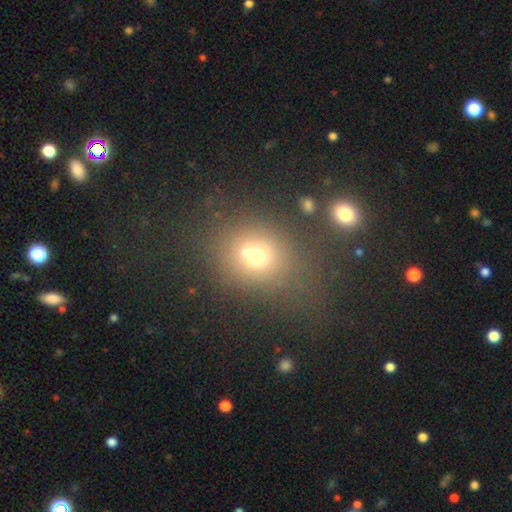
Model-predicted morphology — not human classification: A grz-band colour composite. It shows a smooth galaxy with no disk features (67%) that is round (64%). Merging: none (57%).